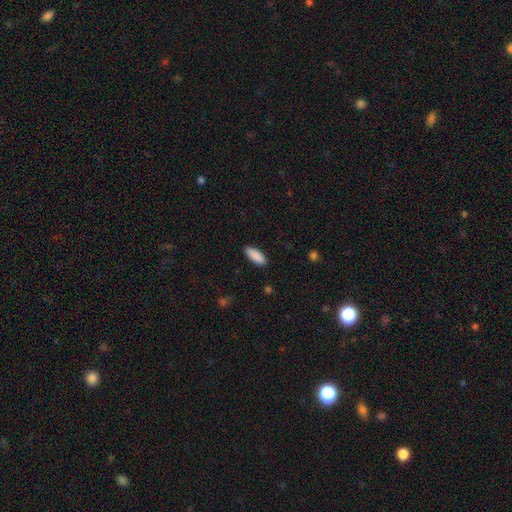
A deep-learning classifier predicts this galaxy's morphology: smooth 90%, star or artifact 6%, featured or disk 4%. Down the decision tree: how rounded — in between (68%); merging — none (89%).